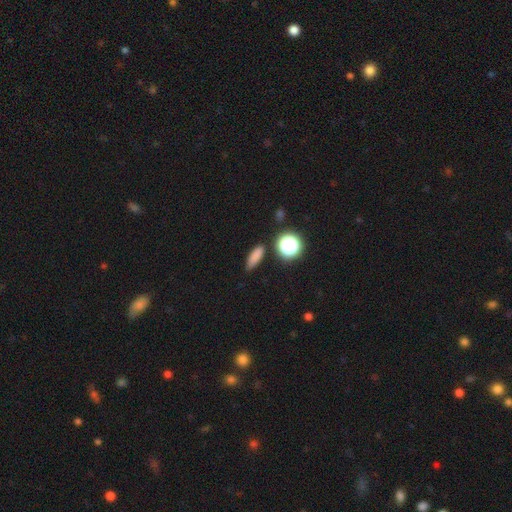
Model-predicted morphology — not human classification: This is likely a smooth galaxy (78%). How rounded: possibly in between (50%). Merging: clearly none (81%).